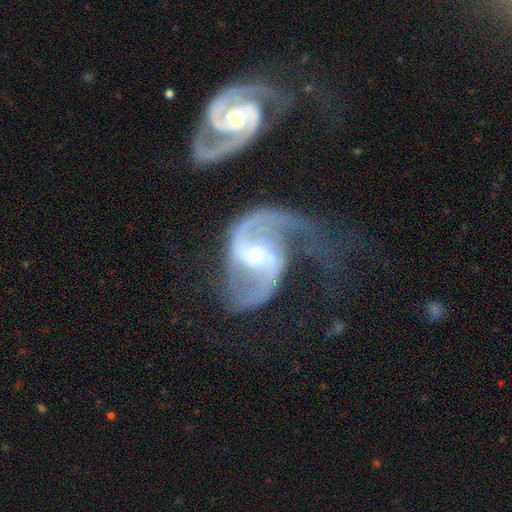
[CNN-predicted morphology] A featured or disk galaxy (92%) with a weak bar (44%), 2 (89%) medium (49%) spiral arms (98%) and a small central bulge (54%). Merging: none (43%).